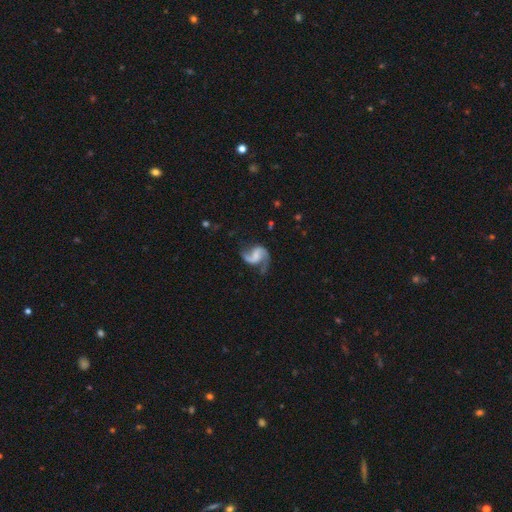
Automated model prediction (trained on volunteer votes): Smooth or featured?
  - featured or disk: 88% *
  - smooth: 7%
  - star or artifact: 5%
Edge-on disk?
  - no: 98% *
  - yes: 2%
Bar?
  - weak: 44% *
  - no: 38%
  - strong: 17%
Spiral arms?
  - yes: 97% *
  - no: 3%
Spiral winding?
  - loose: 52% *
  - medium: 40%
  - tight: 8%
Spiral arm count?
  - 2: 91% *
  - 1: 4%
  - can't tell: 2%
  - 3: 1%
  - 4: 1%
  - more than 4: 1%
Bulge size?
  - none: 39% *
  - small: 34%
  - moderate: 21%
  - large: 5%
  - dominant: 1%
Merging?
  - none: 63% *
  - minor disturbance: 20%
  - major disturbance: 15%
  - merger: 3%